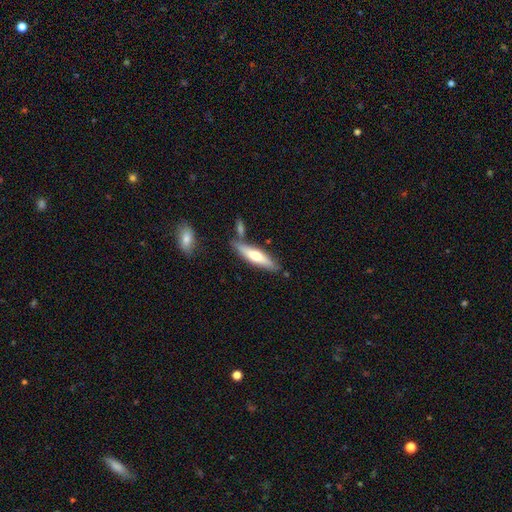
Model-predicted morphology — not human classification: Smooth or featured? smooth (51%)
How rounded? cigar-shaped (75%)
Merging? none (73%)